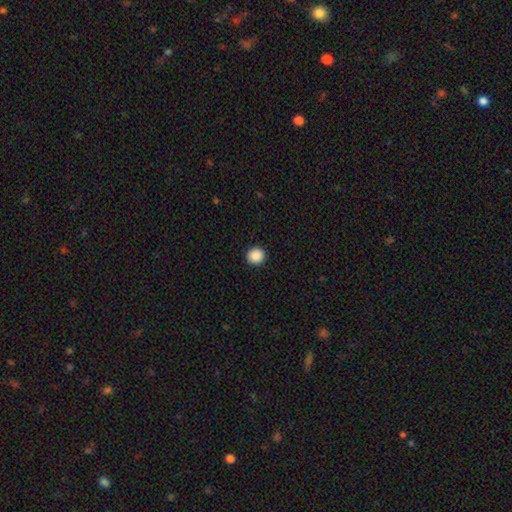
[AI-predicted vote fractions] A smooth galaxy with no disk features (89%) that is round (91%).

Vote fractions:
- Smooth or featured? smooth: 89% / star or artifact: 9% / featured or disk: 2%
- How rounded? round: 91% / in between: 8% / cigar-shaped: 1%
- Merging? none: 92% / minor disturbance: 5% / major disturbance: 2% / merger: 1%